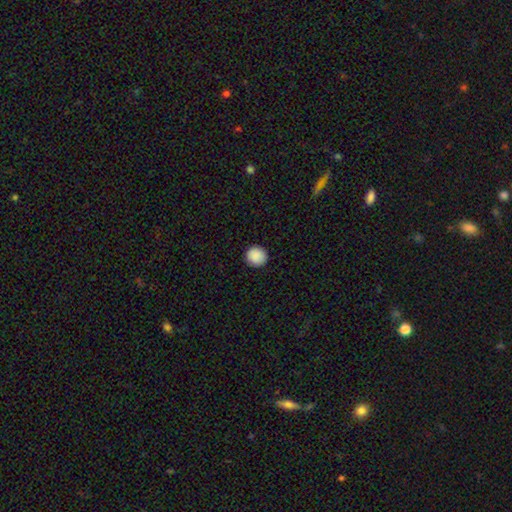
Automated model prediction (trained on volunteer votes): Smooth or featured: smooth — 90% (star or artifact — 8%)
How rounded: round — 93% (in between — 6%)
Merging: none — 92% (minor disturbance — 5%)